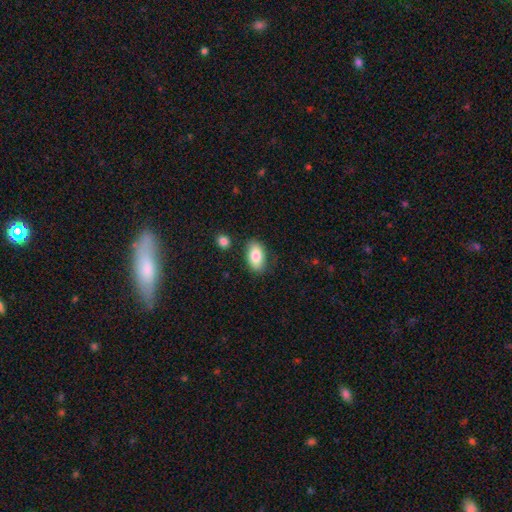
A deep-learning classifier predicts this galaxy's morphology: Overall: smooth (84%). How rounded: in between (92%). Merging: none (81%).